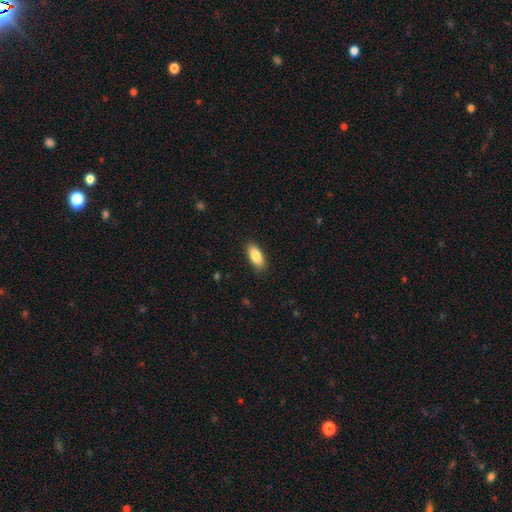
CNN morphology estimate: smooth 87%, featured or disk 7%, star or artifact 6%. Down the decision tree: how rounded — in between (84%); merging — none (87%).